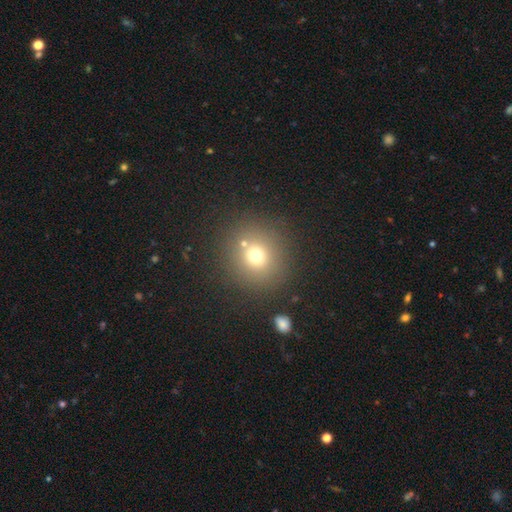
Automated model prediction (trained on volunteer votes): Overall: smooth (70%). How rounded: round (90%). Merging: none (80%).